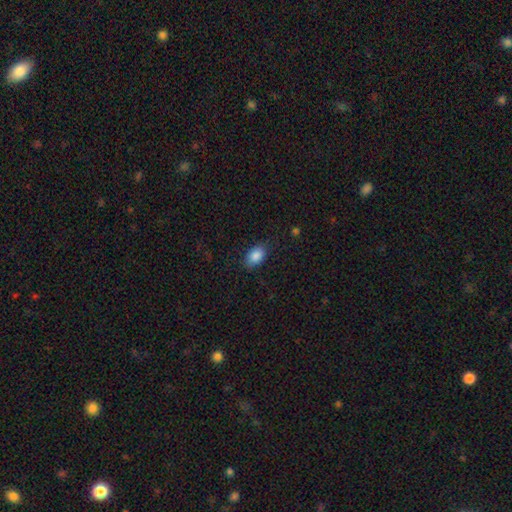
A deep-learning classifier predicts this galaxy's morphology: The model was most divided on "merging": none: 82%, minor disturbance: 14%, major disturbance: 4%, merger: 1%. More confident: smooth or featured — smooth (87%); how rounded — in between (87%).